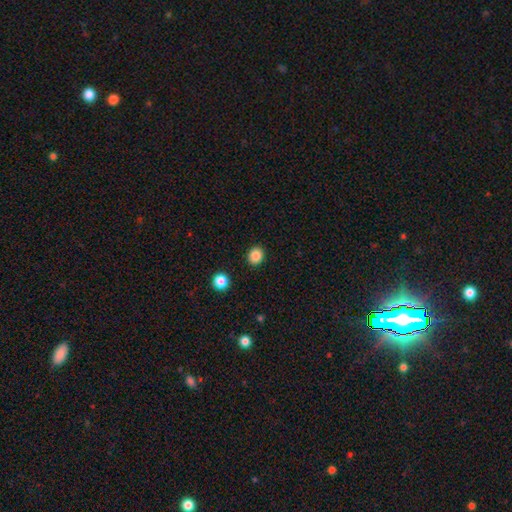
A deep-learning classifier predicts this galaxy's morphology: smooth-or-featured: smooth: 86% | star or artifact: 10% | featured or disk: 4%
  how-rounded: round: 74% | in between: 25% | cigar-shaped: 1%
  merging: none: 91% | minor disturbance: 6% | major disturbance: 2% | merger: 2%